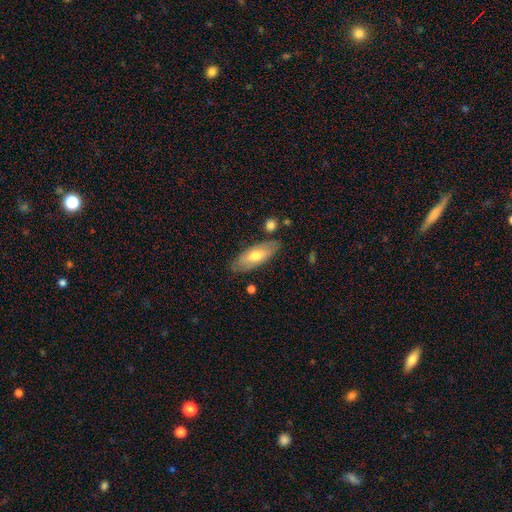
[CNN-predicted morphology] A smooth galaxy with no disk features (60%) that is in between round and cigar-shaped (77%). Merging: none (78%).